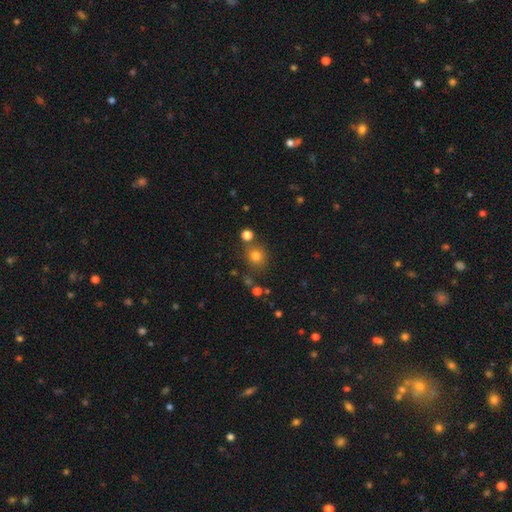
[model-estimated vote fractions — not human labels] smooth 77%, star or artifact 16%, featured or disk 7%. Down the decision tree: how rounded — round (81%); merging — none (76%).